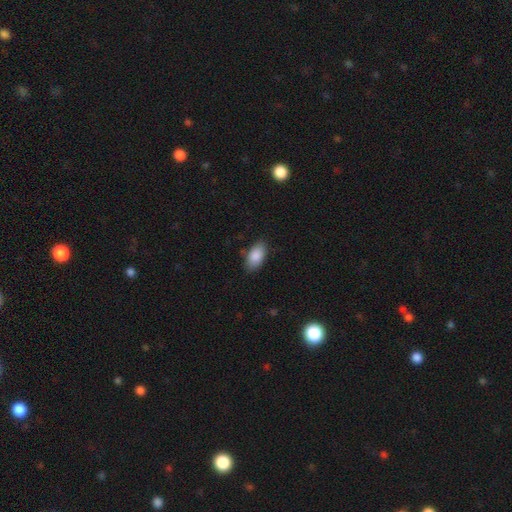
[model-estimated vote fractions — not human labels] Overall: smooth (87%). How rounded: in between (94%). Merging: none (82%).